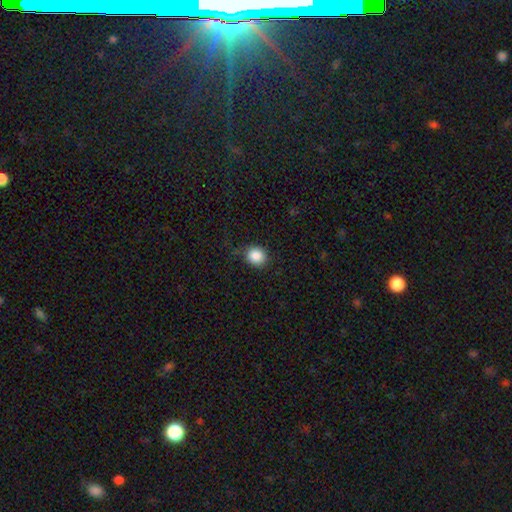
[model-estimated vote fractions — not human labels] Smooth or featured? smooth (87%)
How rounded? round (79%)
Merging? none (78%)